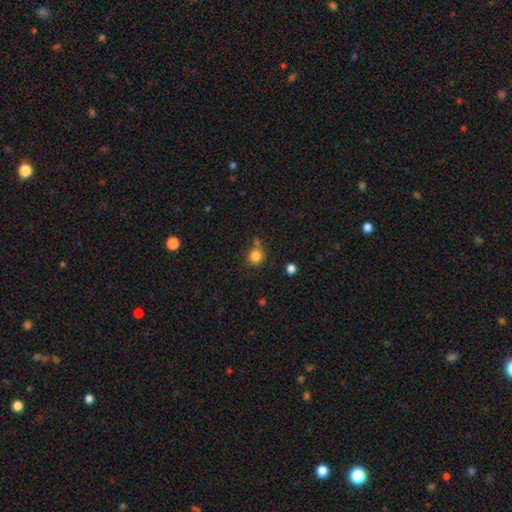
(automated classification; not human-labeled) smooth_or_featured: smooth (p=0.83) [alt: star or artifact p=0.12]
how_rounded: round (p=0.86) [alt: in between p=0.13]
merging: none (p=0.69) [alt: minor disturbance p=0.14]